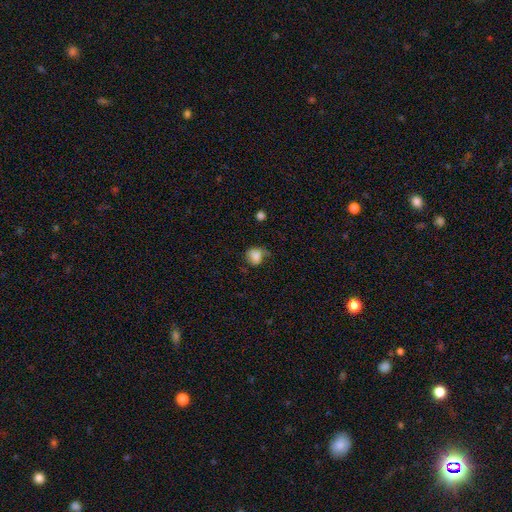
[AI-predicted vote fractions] Morphology: type=smooth (80%); roundness=round (58%); merging=none (46%).